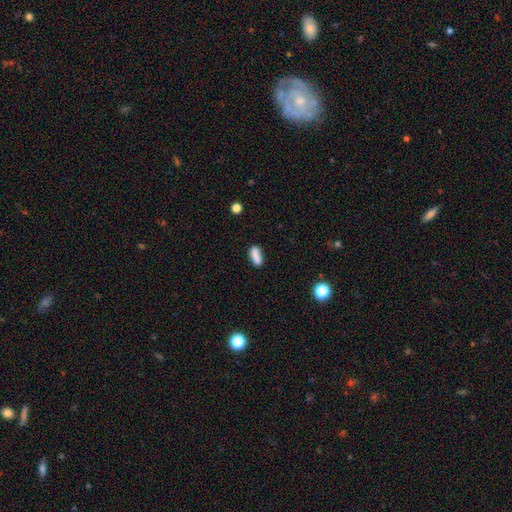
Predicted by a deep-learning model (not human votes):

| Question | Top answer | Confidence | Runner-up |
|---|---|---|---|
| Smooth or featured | smooth | 82% | featured or disk (9%) |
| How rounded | in between | 67% | cigar-shaped (29%) |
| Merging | none | 68% | minor disturbance (18%) |